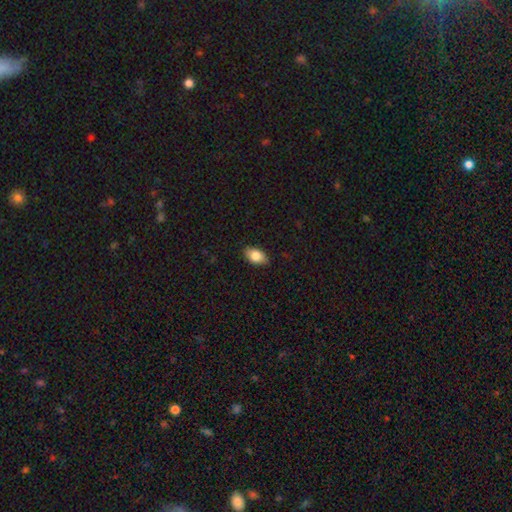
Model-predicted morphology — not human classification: Smooth or featured?
  - smooth: 82% *
  - featured or disk: 11%
  - star or artifact: 7%
How rounded?
  - in between: 91% *
  - round: 7%
  - cigar-shaped: 2%
Merging?
  - none: 88% *
  - minor disturbance: 10%
  - major disturbance: 2%
  - merger: 1%